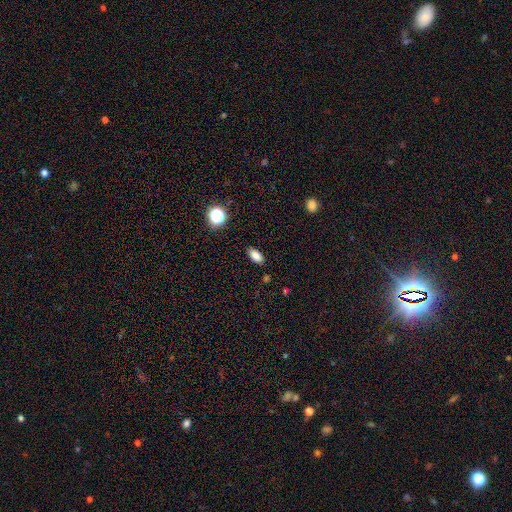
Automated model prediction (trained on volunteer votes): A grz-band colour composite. It shows a smooth galaxy with no disk features (83%) that is in between round and cigar-shaped (88%). Merging: none (87%).